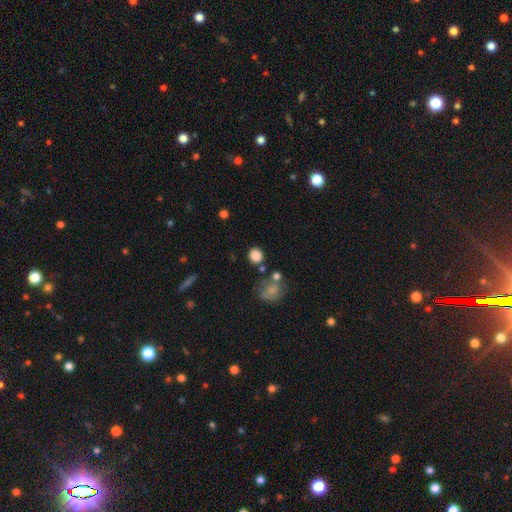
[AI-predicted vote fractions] Smooth or featured?
  - smooth: 84% *
  - star or artifact: 11%
  - featured or disk: 5%
How rounded?
  - round: 84% *
  - in between: 15%
  - cigar-shaped: 1%
Merging?
  - none: 77% *
  - minor disturbance: 11%
  - merger: 8%
  - major disturbance: 4%